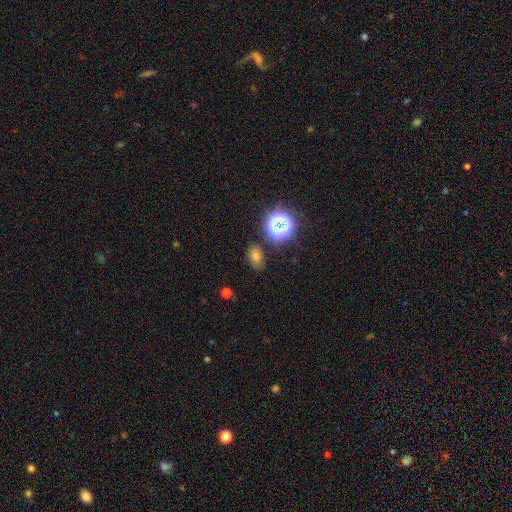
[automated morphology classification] A smooth galaxy with no disk features (58%) that is in between round and cigar-shaped (71%). Merging: none (79%).